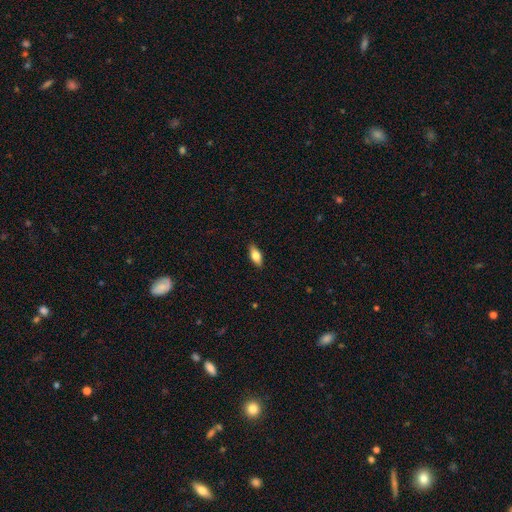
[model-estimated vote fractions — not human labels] smooth-or-featured: smooth: 70% | featured or disk: 23% | star or artifact: 7%
  how-rounded: in between: 81% | cigar-shaped: 15% | round: 3%
  merging: none: 89% | minor disturbance: 9% | major disturbance: 2% | merger: 1%